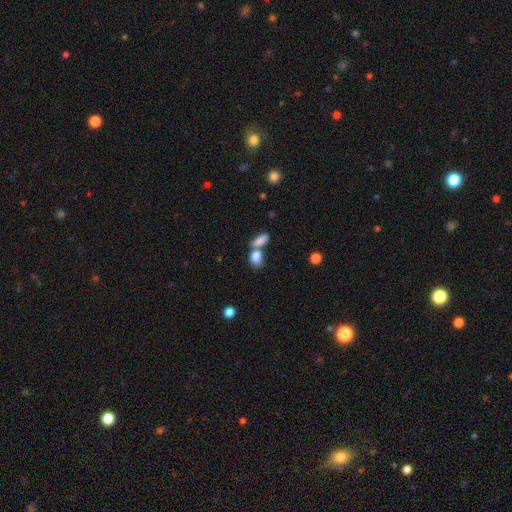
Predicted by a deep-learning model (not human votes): This is clearly a smooth galaxy (83%). How rounded: likely in between (76%). Merging: possibly merger (50%).